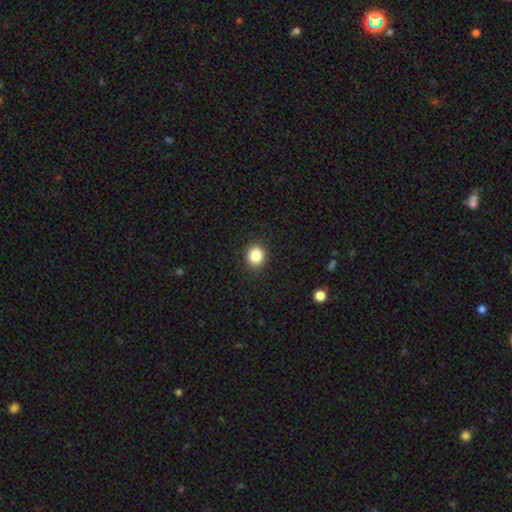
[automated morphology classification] This is clearly a smooth galaxy (86%). How rounded: likely round (79%). Merging: clearly none (91%).